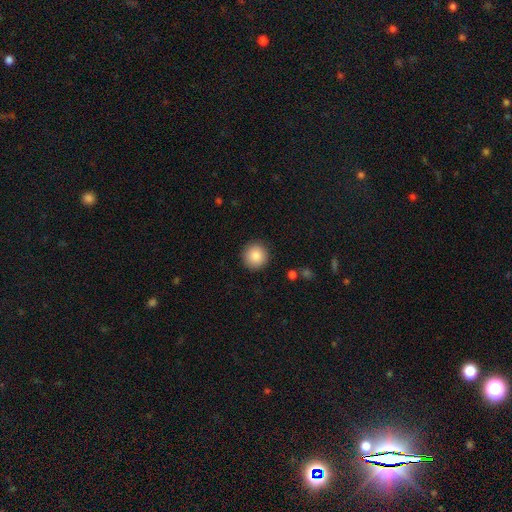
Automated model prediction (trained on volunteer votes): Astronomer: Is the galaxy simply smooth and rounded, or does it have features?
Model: smooth — 85%.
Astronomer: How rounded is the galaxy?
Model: round — 95%.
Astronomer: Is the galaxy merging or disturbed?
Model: none — 91%.